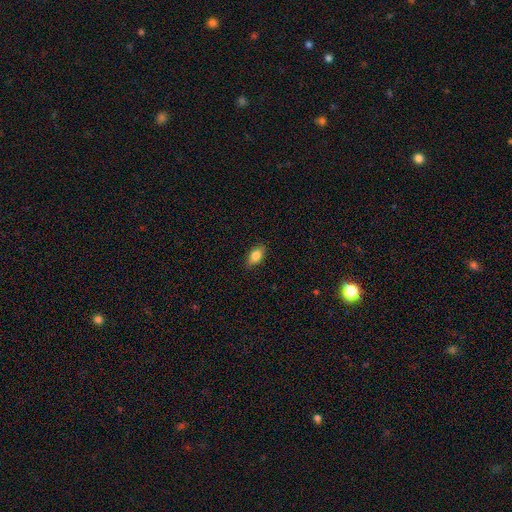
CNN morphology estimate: This is clearly a smooth galaxy (82%). How rounded: clearly in between (87%). Merging: clearly none (84%).